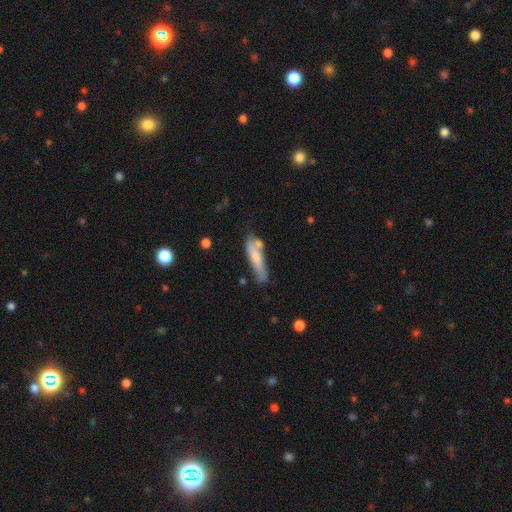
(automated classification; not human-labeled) The model was most divided on "smooth or featured": smooth: 64%, featured or disk: 30%, star or artifact: 6%. More confident: how rounded — cigar-shaped (79%); merging — none (58%).